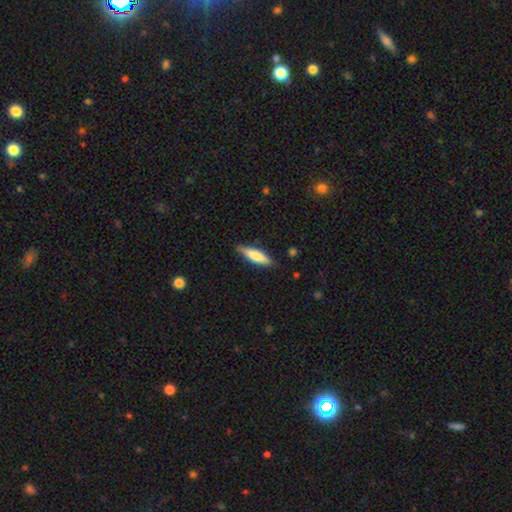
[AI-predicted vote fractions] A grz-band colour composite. It shows a smooth galaxy with no disk features (72%) that is cigar-shaped (67%). Merging: none (85%).